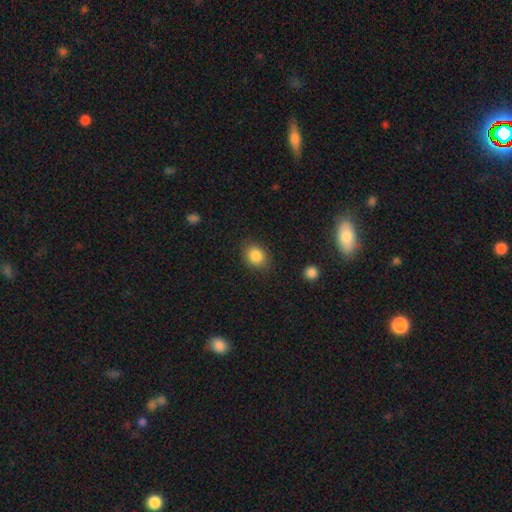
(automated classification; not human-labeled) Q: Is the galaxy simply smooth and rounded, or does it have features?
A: smooth — 86%.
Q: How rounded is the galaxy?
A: round — 53%.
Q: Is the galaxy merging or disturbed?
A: none — 84%.